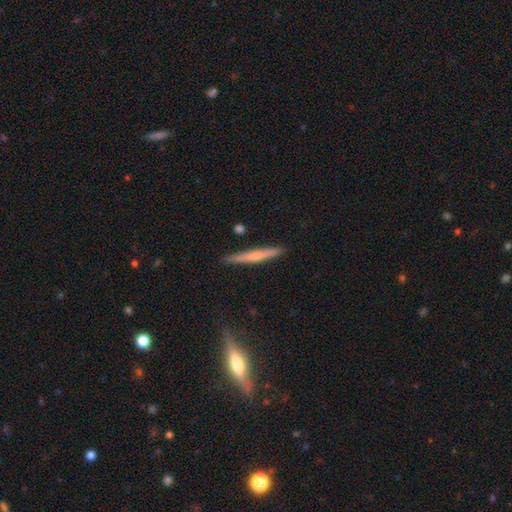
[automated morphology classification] Smooth or featured?
  - featured or disk: 47% *
  - smooth: 46%
  - star or artifact: 6%
Merging?
  - none: 90% *
  - minor disturbance: 7%
  - merger: 2%
  - major disturbance: 1%